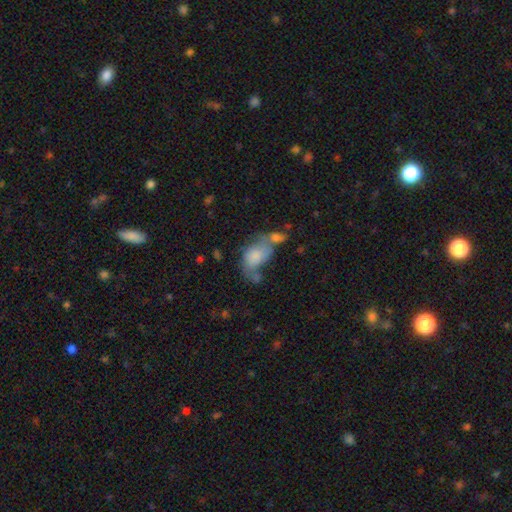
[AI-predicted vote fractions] A smooth galaxy with no disk features (66%) that is in between round and cigar-shaped (89%). Merging: merger (38%).